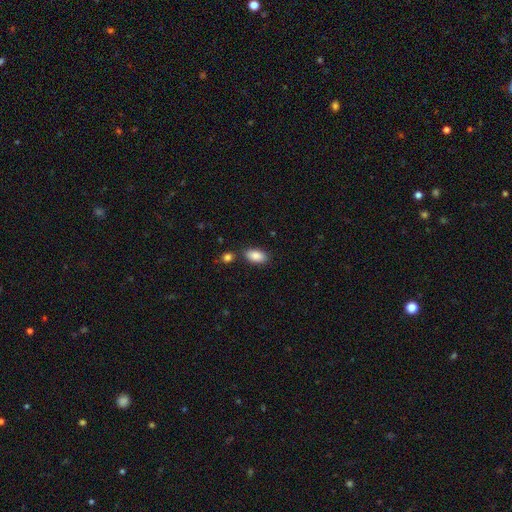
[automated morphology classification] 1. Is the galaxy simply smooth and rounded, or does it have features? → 88% smooth, 7% star or artifact, 5% featured or disk.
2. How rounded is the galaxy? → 93% in between, 4% cigar-shaped, 3% round.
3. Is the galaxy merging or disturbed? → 79% none, 11% minor disturbance, 7% merger, 3% major disturbance.